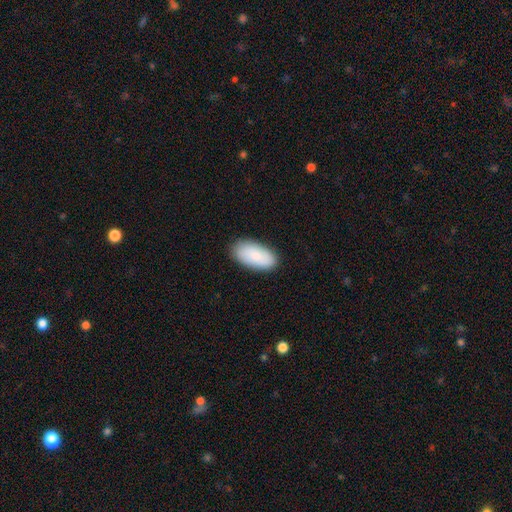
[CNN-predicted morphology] smooth_or_featured: smooth (p=0.85) [alt: featured or disk p=0.09]
how_rounded: in between (p=0.94) [alt: cigar-shaped p=0.04]
merging: none (p=0.87) [alt: minor disturbance p=0.10]